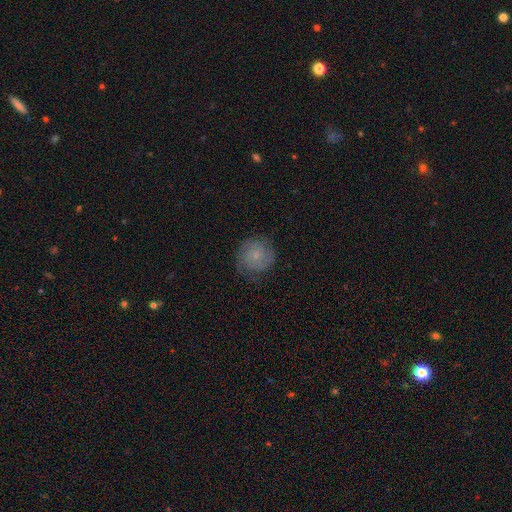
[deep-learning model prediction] A smooth galaxy with no disk features (50%).

Vote fractions:
- Smooth or featured? smooth: 50% / featured or disk: 42% / star or artifact: 8%
- Merging? none: 75% / minor disturbance: 18% / major disturbance: 6% / merger: 1%